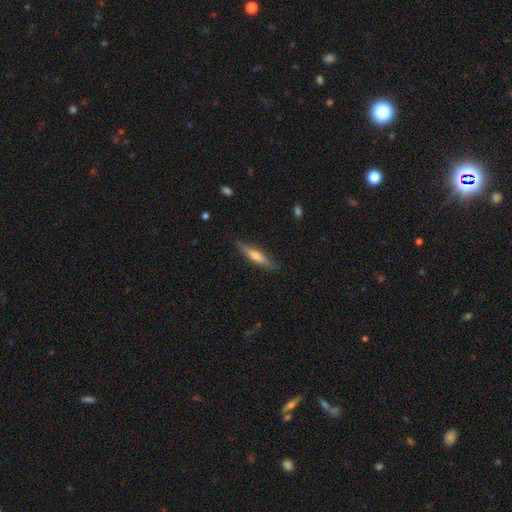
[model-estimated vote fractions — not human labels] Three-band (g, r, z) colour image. It shows a featured or disk galaxy (51%) viewed edge-on (95%). Merging: none (86%).